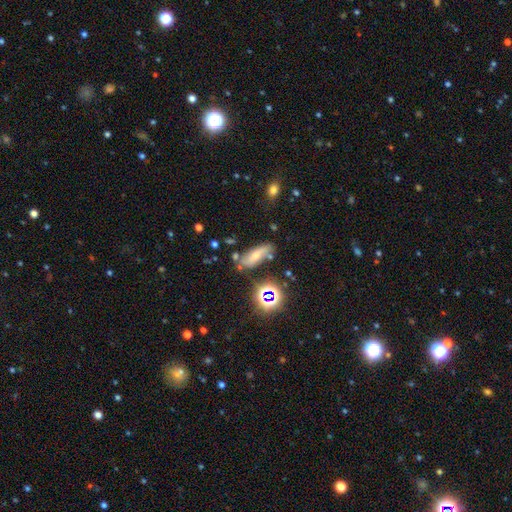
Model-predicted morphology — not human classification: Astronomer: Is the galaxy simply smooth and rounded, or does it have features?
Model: smooth — 48% (runner-up: featured or disk, 34%).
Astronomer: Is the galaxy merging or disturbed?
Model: none — 66%.